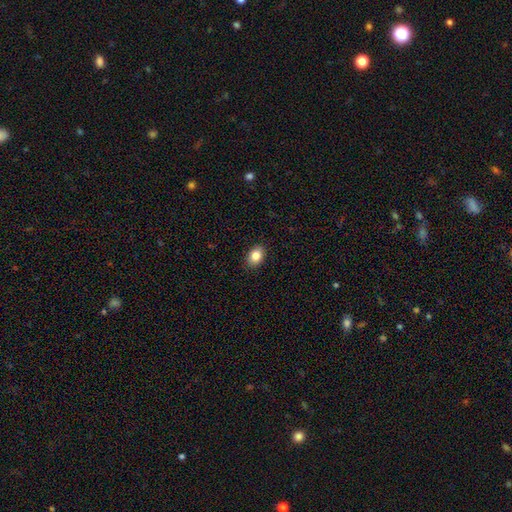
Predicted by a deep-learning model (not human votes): Smooth or featured: smooth — 85% (star or artifact — 9%)
How rounded: in between — 78% (round — 20%)
Merging: none — 89% (minor disturbance — 8%)